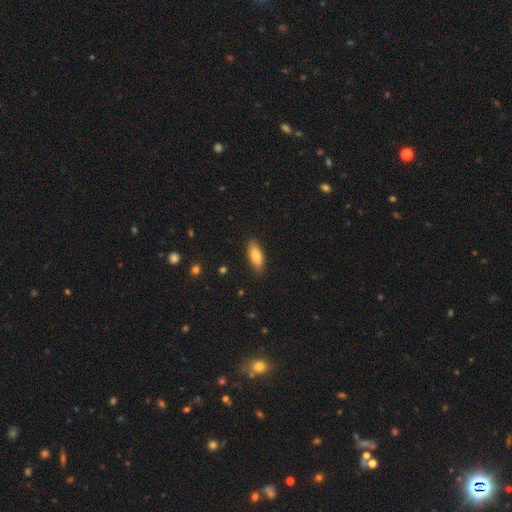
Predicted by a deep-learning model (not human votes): Smooth or featured? smooth (76%)
How rounded? in between (79%)
Merging? none (85%)